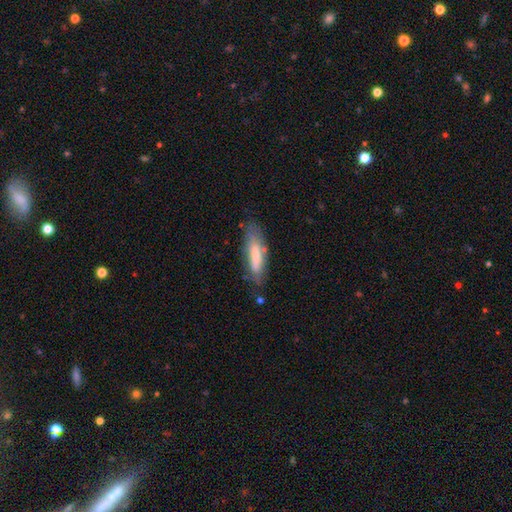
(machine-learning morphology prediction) Smooth or featured: smooth — 66% (featured or disk — 27%)
How rounded: cigar-shaped — 64% (in between — 35%)
Merging: none — 68% (minor disturbance — 22%)